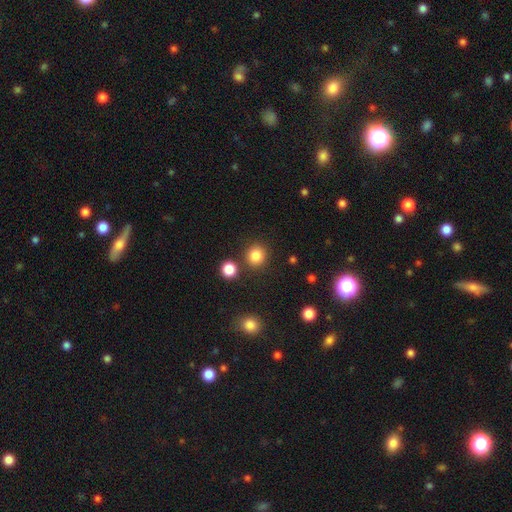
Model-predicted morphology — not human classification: Overall: smooth (84%). How rounded: round (90%). Merging: none (85%).